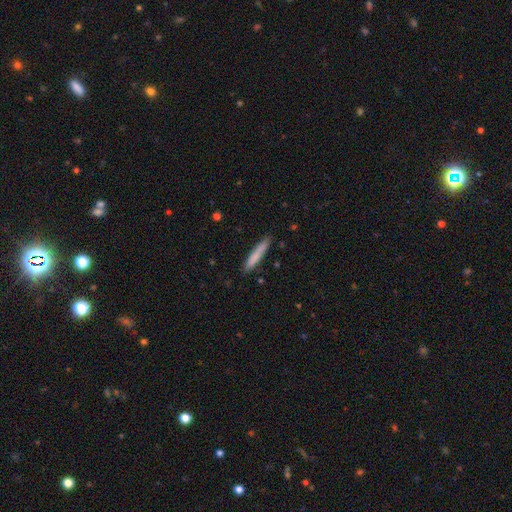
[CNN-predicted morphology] Smooth or featured? Predicted: smooth (p=0.80). How rounded? Predicted: cigar-shaped (p=0.94). Merging? Predicted: none (p=0.86).